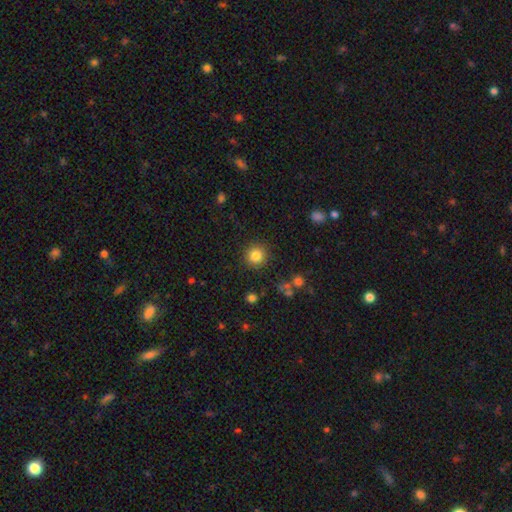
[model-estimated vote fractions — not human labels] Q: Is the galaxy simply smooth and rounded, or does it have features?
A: smooth — 83%.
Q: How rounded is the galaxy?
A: round — 94%.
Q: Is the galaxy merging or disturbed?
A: none — 90%.